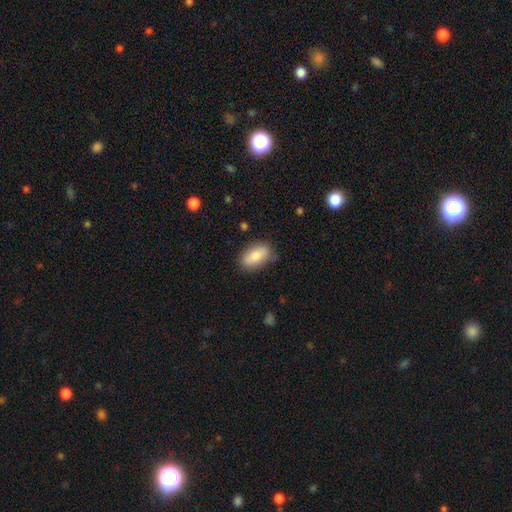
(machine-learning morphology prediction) Q: Smooth or featured?
A: smooth (81%); runner-up: featured or disk (12%)
Q: How rounded?
A: in between (89%); runner-up: cigar-shaped (6%)
Q: Merging?
A: none (77%); runner-up: minor disturbance (17%)